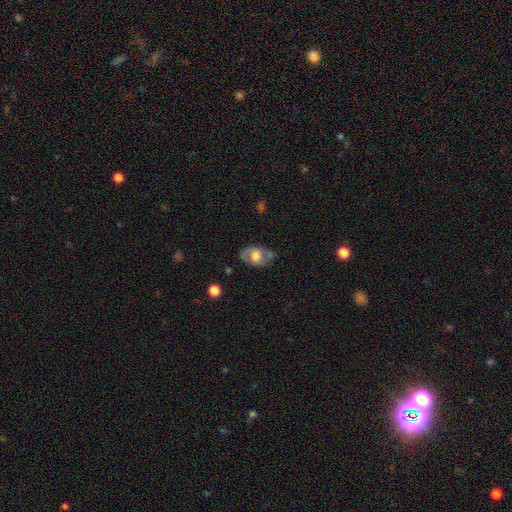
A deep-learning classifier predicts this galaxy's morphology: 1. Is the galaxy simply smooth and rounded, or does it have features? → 54% featured or disk, 39% smooth, 7% star or artifact.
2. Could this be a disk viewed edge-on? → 92% no, 8% yes.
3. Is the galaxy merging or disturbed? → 63% none, 24% minor disturbance, 9% major disturbance, 5% merger.